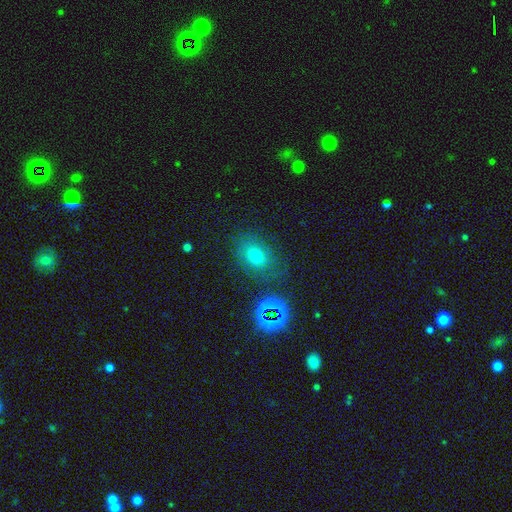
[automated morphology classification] smooth_or_featured: smooth (p=0.67) [alt: star or artifact p=0.20]
how_rounded: in between (p=0.67) [alt: round p=0.31]
merging: none (p=0.71) [alt: minor disturbance p=0.16]